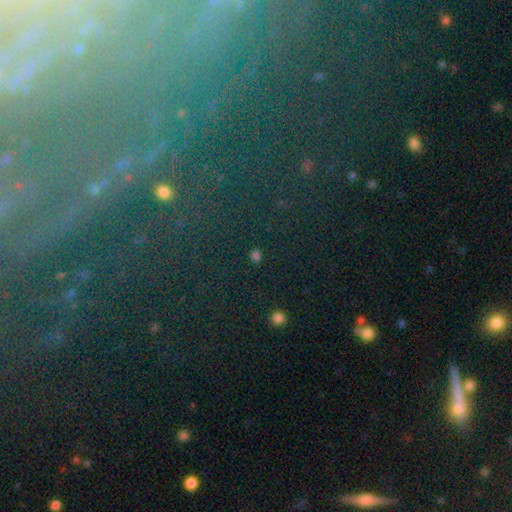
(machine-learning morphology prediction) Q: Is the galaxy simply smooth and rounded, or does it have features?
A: smooth — 55%.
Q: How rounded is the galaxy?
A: in between — 53%.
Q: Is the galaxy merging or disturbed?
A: none — 85%.